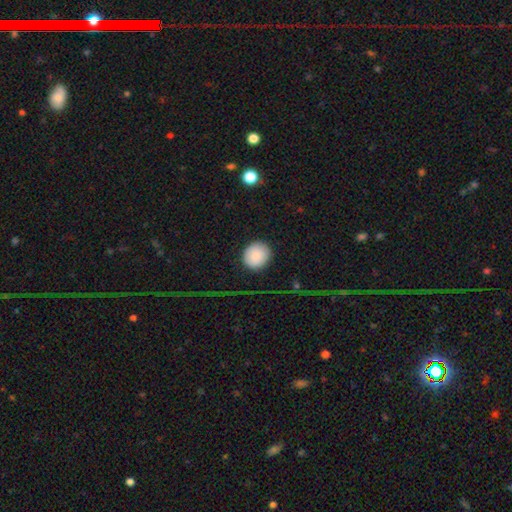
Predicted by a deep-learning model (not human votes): Smooth or featured?
  - smooth: 85% *
  - star or artifact: 7%
  - featured or disk: 7%
How rounded?
  - round: 85% *
  - in between: 14%
  - cigar-shaped: 1%
Merging?
  - none: 88% *
  - minor disturbance: 8%
  - major disturbance: 3%
  - merger: 1%